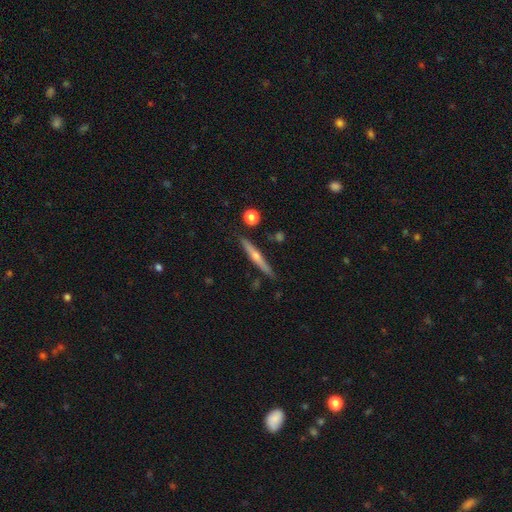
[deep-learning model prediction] Smooth or featured?
  - featured or disk: 71% *
  - smooth: 21%
  - star or artifact: 8%
Edge-on disk?
  - yes: 96% *
  - no: 4%
Edge-on bulge?
  - rounded: 81% *
  - none: 13%
  - boxy: 6%
Merging?
  - none: 85% *
  - minor disturbance: 10%
  - merger: 3%
  - major disturbance: 2%